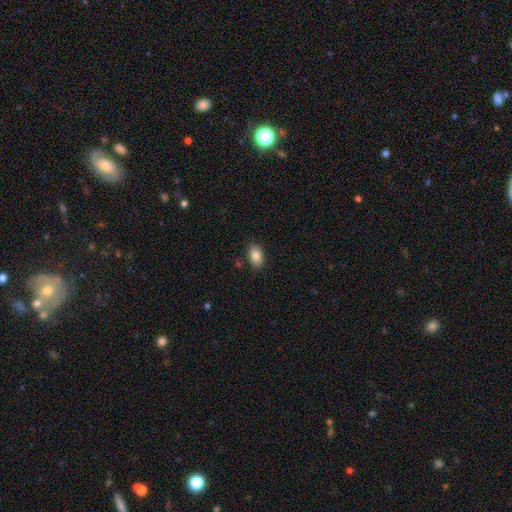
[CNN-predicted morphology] Smooth or featured? smooth (86%)
How rounded? in between (89%)
Merging? none (86%)